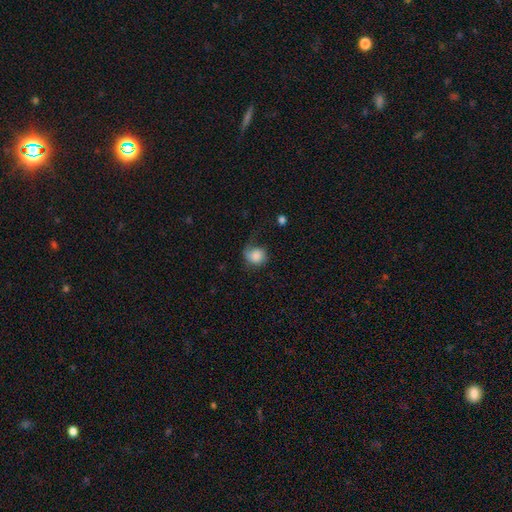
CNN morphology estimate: Smooth or featured: smooth — 78% (featured or disk — 14%)
How rounded: round — 70% (in between — 29%)
Merging: none — 41% (minor disturbance — 32%)